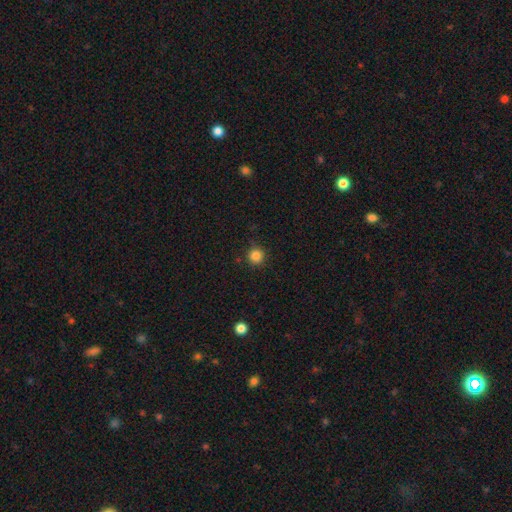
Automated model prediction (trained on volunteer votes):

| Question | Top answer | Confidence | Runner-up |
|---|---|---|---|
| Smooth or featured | smooth | 84% | star or artifact (12%) |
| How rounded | round | 95% | in between (4%) |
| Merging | none | 89% | minor disturbance (8%) |